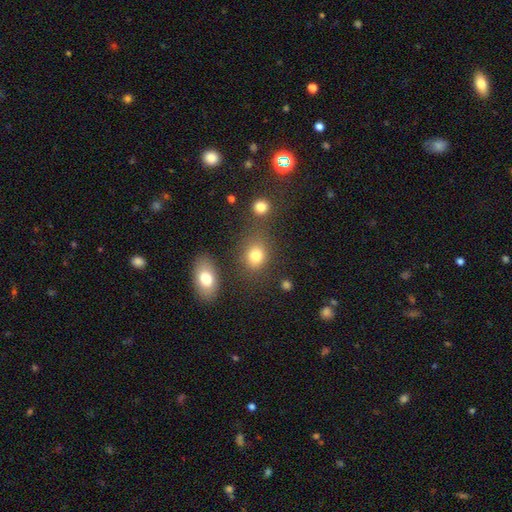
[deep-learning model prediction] This is clearly a smooth galaxy (80%). How rounded: possibly in between (50%). Merging: likely none (64%).